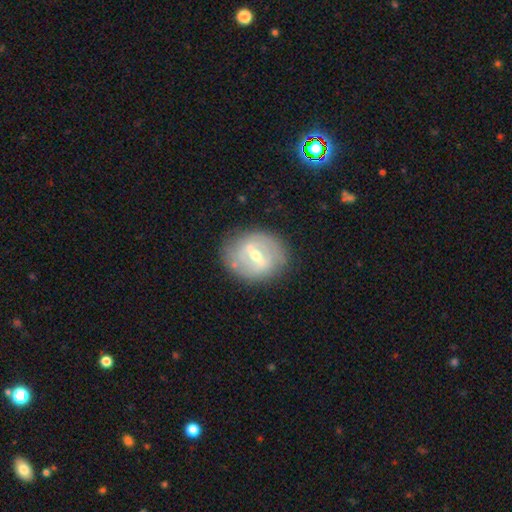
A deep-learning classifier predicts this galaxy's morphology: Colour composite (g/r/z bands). It shows a featured or disk galaxy (77%) with a strong bar (50%), spiral arms (69%) and a moderate central bulge (61%). Merging: none (80%).